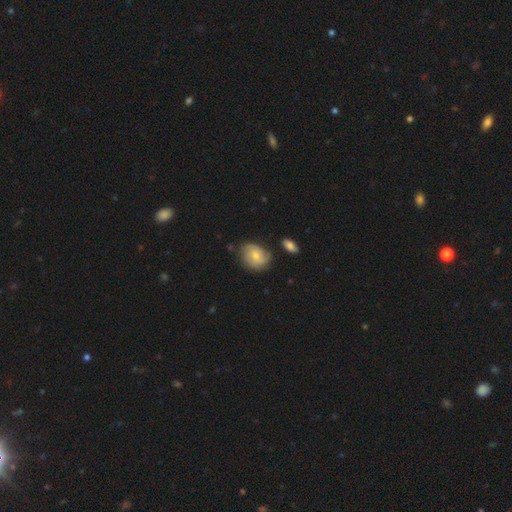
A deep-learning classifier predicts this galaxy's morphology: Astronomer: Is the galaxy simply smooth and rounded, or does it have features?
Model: smooth — 49% (runner-up: featured or disk, 44%).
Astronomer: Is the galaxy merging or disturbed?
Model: none — 63%.